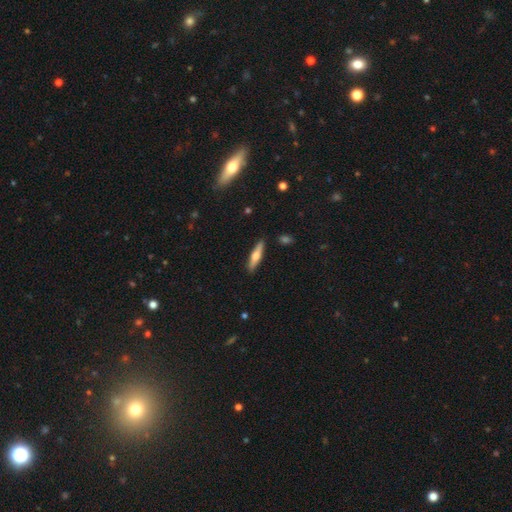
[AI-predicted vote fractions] This is possibly a smooth galaxy (52%). How rounded: clearly cigar-shaped (82%). Merging: clearly none (89%).